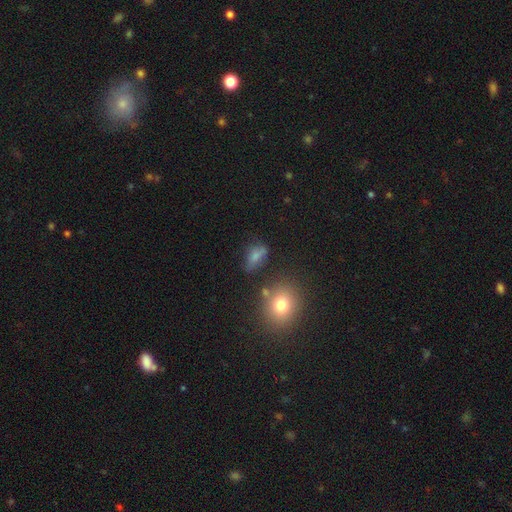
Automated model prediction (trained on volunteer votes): Q: Smooth or featured?
A: smooth (66%); runner-up: featured or disk (19%)
Q: How rounded?
A: in between (78%); runner-up: round (13%)
Q: Merging?
A: none (51%); runner-up: minor disturbance (26%)